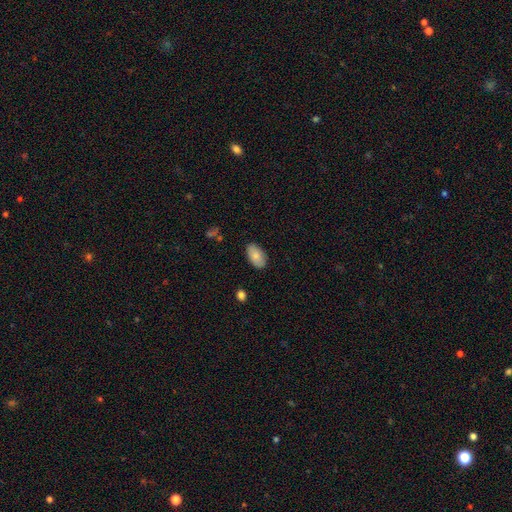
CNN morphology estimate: type=smooth (82%); roundness=in between (94%); merging=none (85%).